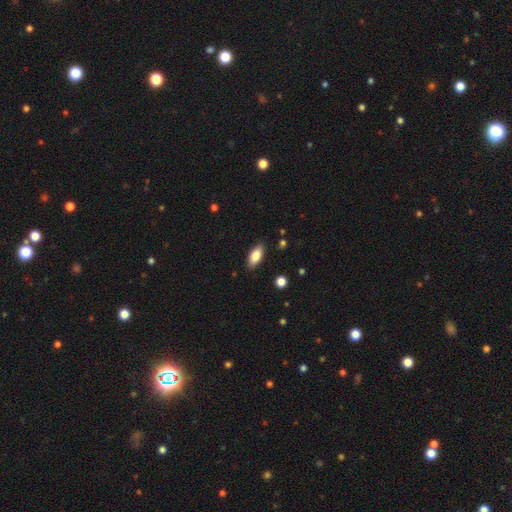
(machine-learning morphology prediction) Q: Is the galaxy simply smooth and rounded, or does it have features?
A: smooth — 84%.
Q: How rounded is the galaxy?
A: in between — 85%.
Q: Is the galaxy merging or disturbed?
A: none — 87%.